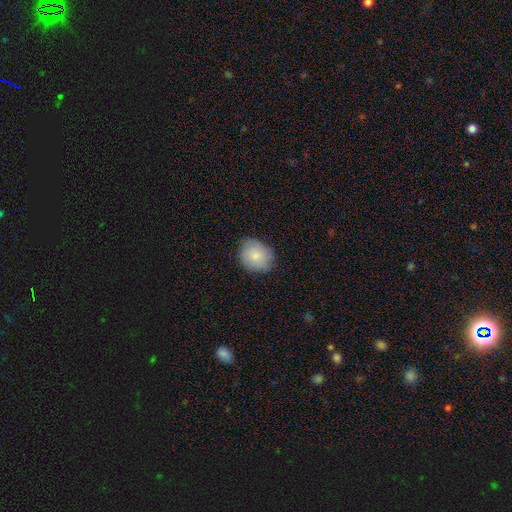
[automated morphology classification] A smooth galaxy with no disk features (82%) that is round (61%).

Vote fractions:
- Smooth or featured? smooth: 82% / featured or disk: 12% / star or artifact: 6%
- How rounded? round: 61% / in between: 38% / cigar-shaped: 1%
- Merging? none: 78% / minor disturbance: 18% / major disturbance: 3% / merger: 1%